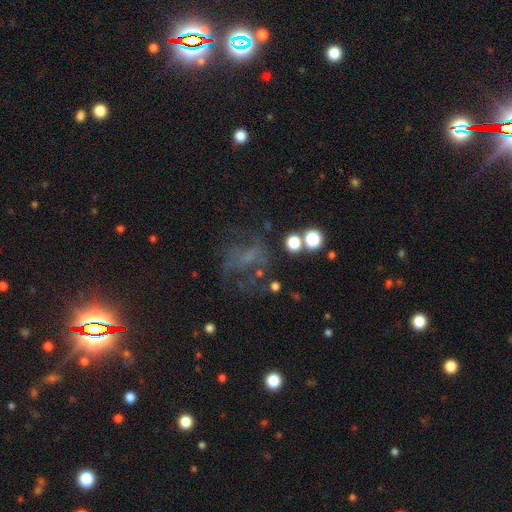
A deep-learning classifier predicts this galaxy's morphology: Smooth or featured?
  - star or artifact: 42% *
  - featured or disk: 37%
  - smooth: 21%